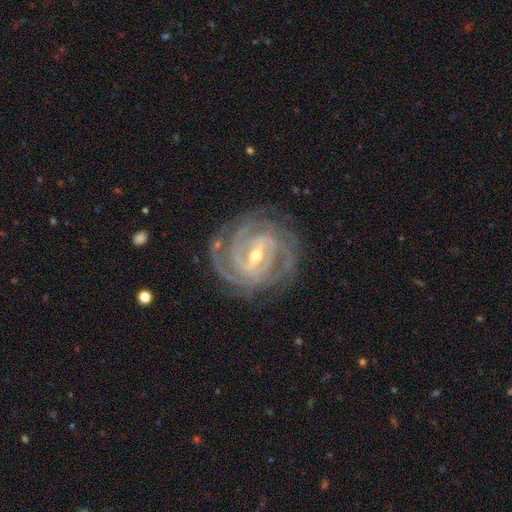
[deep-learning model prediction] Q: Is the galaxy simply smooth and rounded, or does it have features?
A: featured or disk — 92%.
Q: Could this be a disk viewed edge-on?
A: no — 97%.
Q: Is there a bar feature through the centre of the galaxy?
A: strong — 57%.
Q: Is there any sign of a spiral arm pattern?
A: yes — 98%.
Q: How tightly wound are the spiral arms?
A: tight — 77%.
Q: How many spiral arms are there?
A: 3 — 28%.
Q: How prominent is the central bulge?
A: small — 50%.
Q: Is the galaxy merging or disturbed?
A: none — 80%.